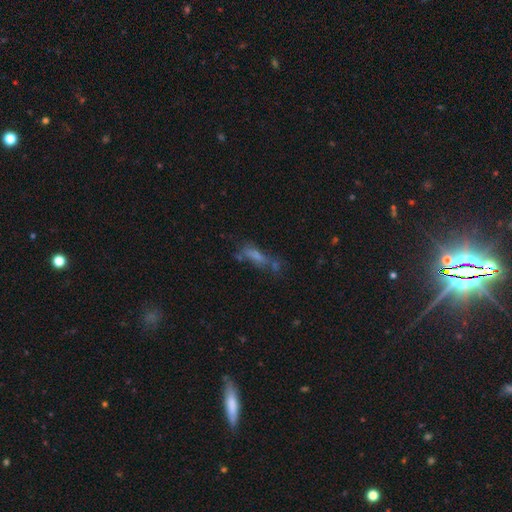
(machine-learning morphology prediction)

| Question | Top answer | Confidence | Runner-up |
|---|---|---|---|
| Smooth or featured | smooth | 55% | featured or disk (27%) |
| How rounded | cigar-shaped | 56% | in between (40%) |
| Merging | none | 39% | merger (24%) |